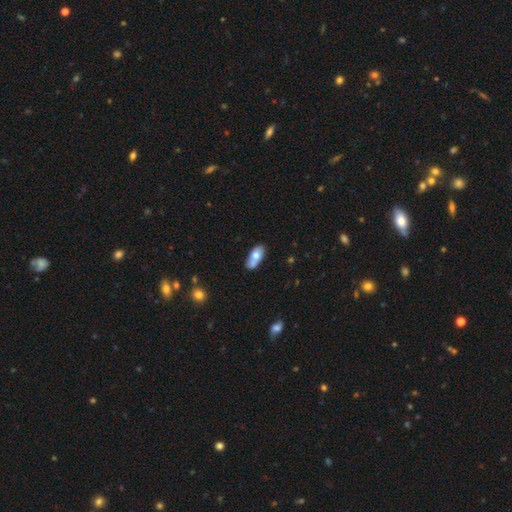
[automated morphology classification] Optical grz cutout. It shows a smooth galaxy with no disk features (67%) that is in between round and cigar-shaped (86%). Merging: none (54%).